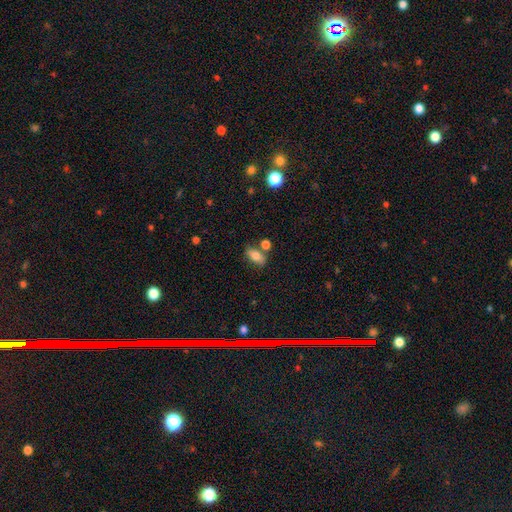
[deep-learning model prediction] Smooth or featured? Predicted: smooth (p=0.77). How rounded? Predicted: in between (p=0.84). Merging? Predicted: none (p=0.65).